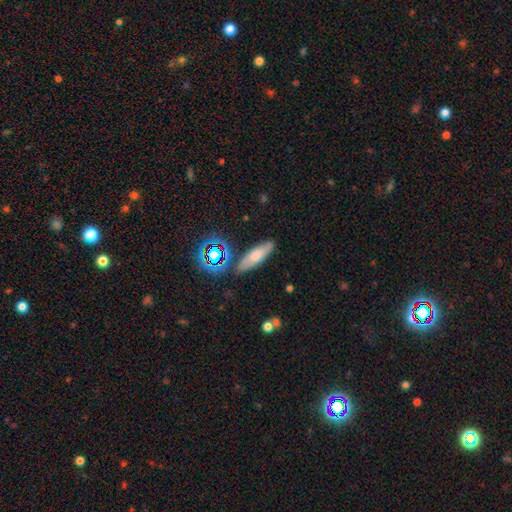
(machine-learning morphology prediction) A smooth galaxy with no disk features (65%) that is cigar-shaped (49%).

Vote fractions:
- Smooth or featured? smooth: 65% / featured or disk: 22% / star or artifact: 14%
- How rounded? cigar-shaped: 49% / in between: 46% / round: 5%
- Merging? none: 78% / minor disturbance: 13% / merger: 5% / major disturbance: 4%